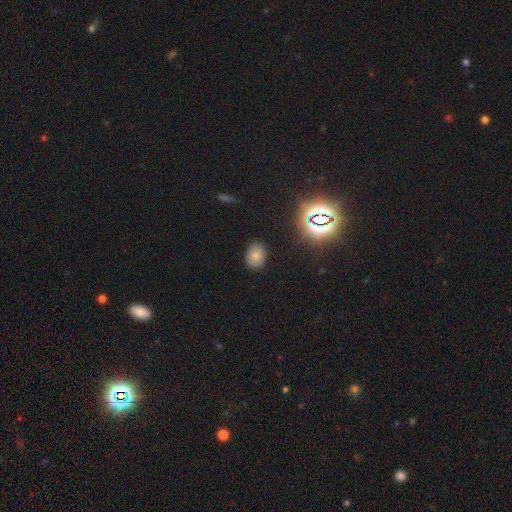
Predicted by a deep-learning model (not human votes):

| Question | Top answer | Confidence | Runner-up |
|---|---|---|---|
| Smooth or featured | smooth | 74% | star or artifact (17%) |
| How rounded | in between | 77% | round (22%) |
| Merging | none | 85% | minor disturbance (11%) |